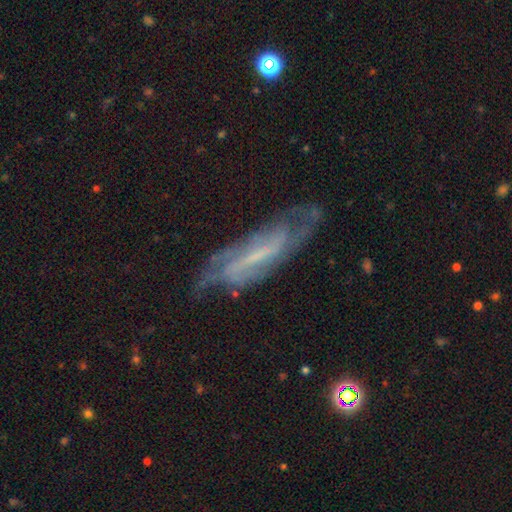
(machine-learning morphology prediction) Smooth or featured? Predicted: featured or disk (p=0.80). Edge-on disk? Predicted: no (p=0.80). Bar? Predicted: strong (p=0.41). Spiral arms? Predicted: yes (p=0.93). Spiral winding? Predicted: medium (p=0.43). Spiral arm count? Predicted: 2 (p=0.53). Bulge size? Predicted: small (p=0.50). Merging? Predicted: none (p=0.71).